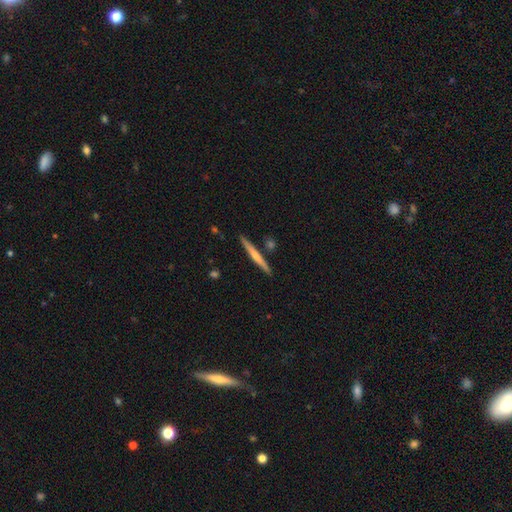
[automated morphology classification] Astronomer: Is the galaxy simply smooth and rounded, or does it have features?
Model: featured or disk — 48% (runner-up: smooth, 47%).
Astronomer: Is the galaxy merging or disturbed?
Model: none — 88%.